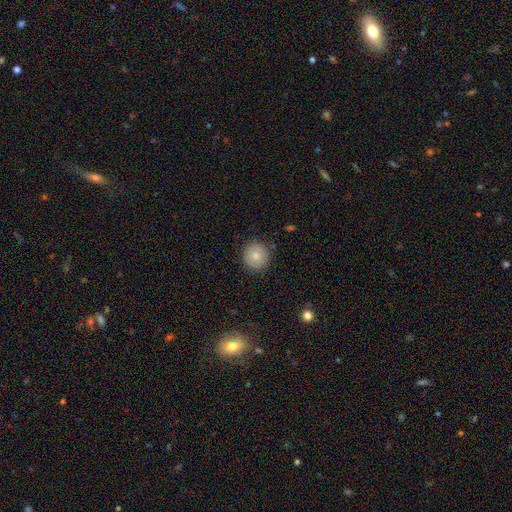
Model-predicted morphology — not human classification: This appears to be a smooth galaxy with no disk features (80%) that is round (94%). Merging: none (88%).